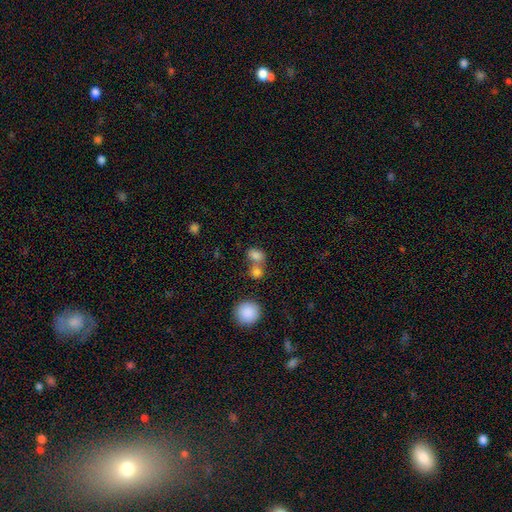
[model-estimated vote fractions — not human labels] Q: Smooth or featured?
A: smooth (81%); runner-up: star or artifact (11%)
Q: How rounded?
A: in between (56%); runner-up: round (42%)
Q: Merging?
A: merger (51%); runner-up: none (37%)